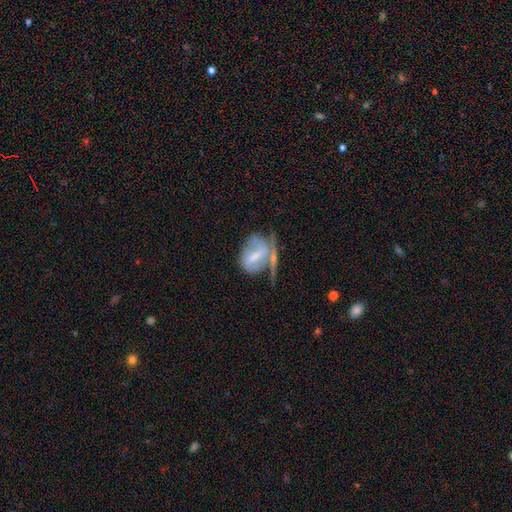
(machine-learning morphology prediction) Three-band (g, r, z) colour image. It shows a featured or disk galaxy (61%) with a weak bar (43%), spiral arms (56%) and a moderate central bulge (42%). Merging: none (29%).